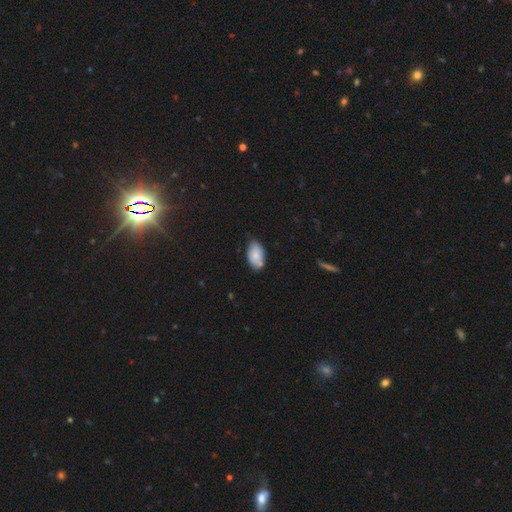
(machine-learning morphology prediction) This appears to be a smooth galaxy with no disk features (81%) that is in between round and cigar-shaped (94%). Merging: none (67%).